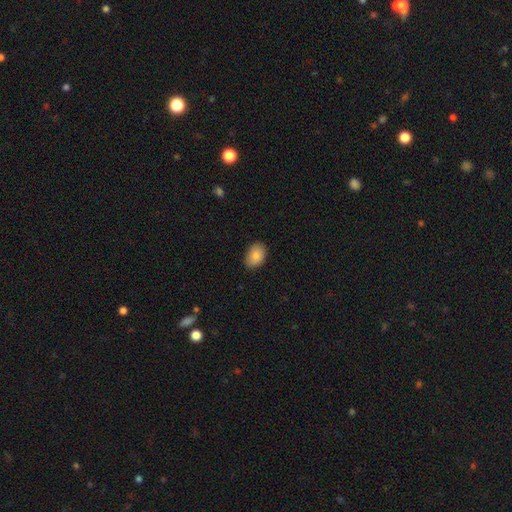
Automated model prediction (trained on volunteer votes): This is clearly a smooth galaxy (87%). How rounded: clearly in between (83%). Merging: clearly none (85%).